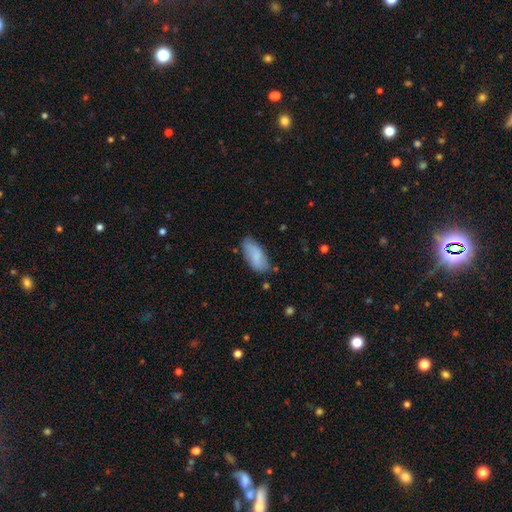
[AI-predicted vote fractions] Smooth or featured: smooth — 81% (featured or disk — 13%)
How rounded: in between — 88% (cigar-shaped — 10%)
Merging: none — 72% (minor disturbance — 21%)